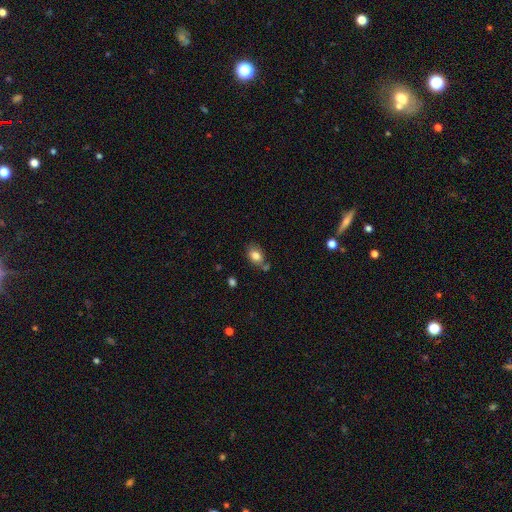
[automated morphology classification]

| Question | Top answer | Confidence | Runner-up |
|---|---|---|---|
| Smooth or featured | smooth | 81% | featured or disk (10%) |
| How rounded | in between | 74% | round (25%) |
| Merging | none | 59% | minor disturbance (20%) |